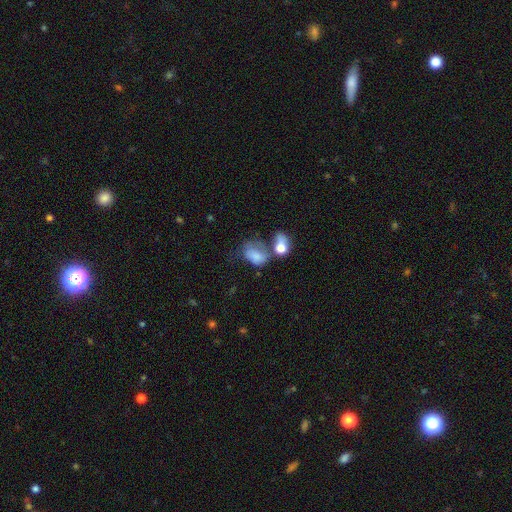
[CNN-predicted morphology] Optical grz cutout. It shows a smooth galaxy with no disk features (72%) that is in between round and cigar-shaped (77%). Merging: merger (39%).